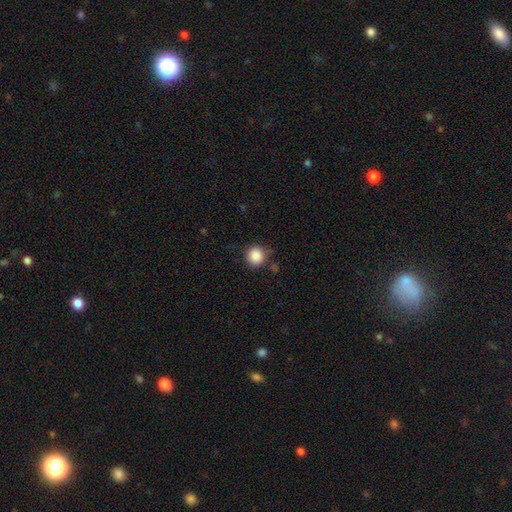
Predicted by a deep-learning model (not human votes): Q: Smooth or featured?
A: smooth (88%); runner-up: star or artifact (9%)
Q: How rounded?
A: round (94%); runner-up: in between (5%)
Q: Merging?
A: none (80%); runner-up: minor disturbance (13%)